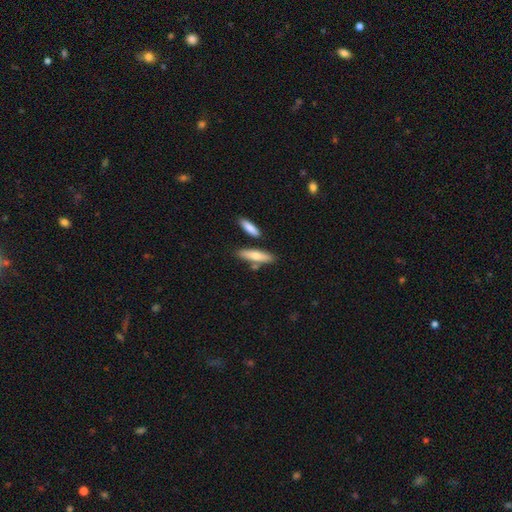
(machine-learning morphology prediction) Smooth or featured: smooth — 70% (featured or disk — 25%)
How rounded: cigar-shaped — 67% (in between — 31%)
Merging: none — 75% (minor disturbance — 11%)